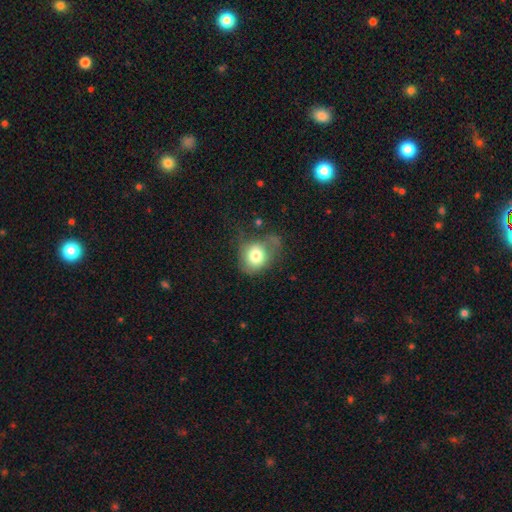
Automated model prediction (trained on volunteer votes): Smooth or featured? Predicted: smooth (p=0.74). How rounded? Predicted: round (p=0.63). Merging? Predicted: none (p=0.33).